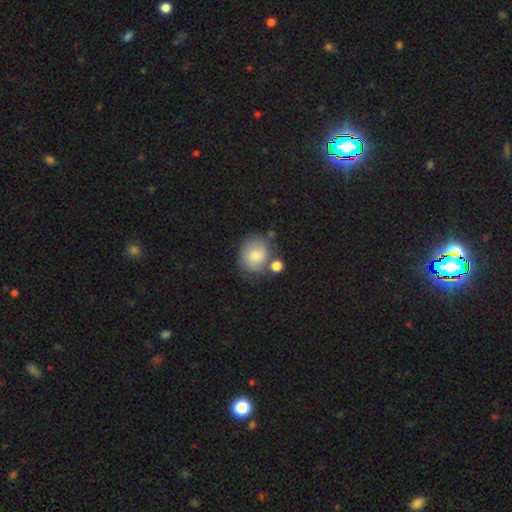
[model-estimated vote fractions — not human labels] Smooth or featured?
  - smooth: 74% *
  - featured or disk: 18%
  - star or artifact: 8%
How rounded?
  - round: 69% *
  - in between: 30%
  - cigar-shaped: 1%
Merging?
  - none: 57% *
  - minor disturbance: 19%
  - merger: 17%
  - major disturbance: 7%